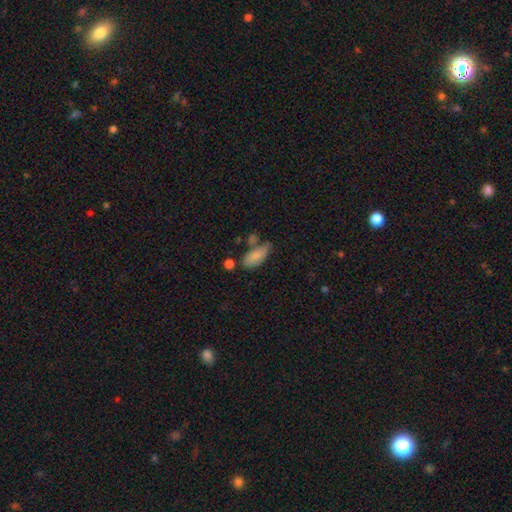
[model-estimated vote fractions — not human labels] Q: Smooth or featured?
A: smooth (81%); runner-up: featured or disk (11%)
Q: How rounded?
A: in between (84%); runner-up: cigar-shaped (14%)
Q: Merging?
A: none (56%); runner-up: minor disturbance (25%)